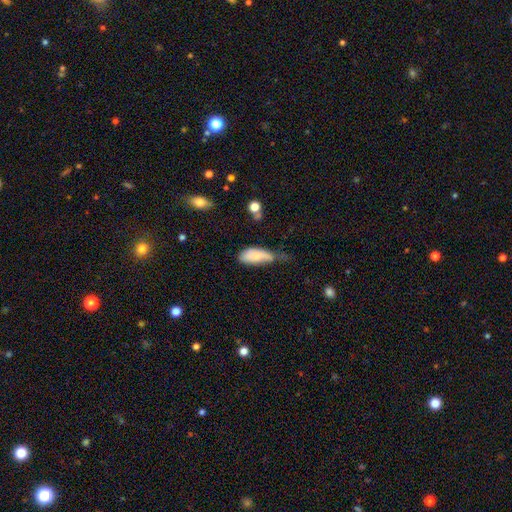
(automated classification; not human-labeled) This is likely a smooth galaxy (71%). How rounded: clearly in between (82%). Merging: marginally minor disturbance (44%).